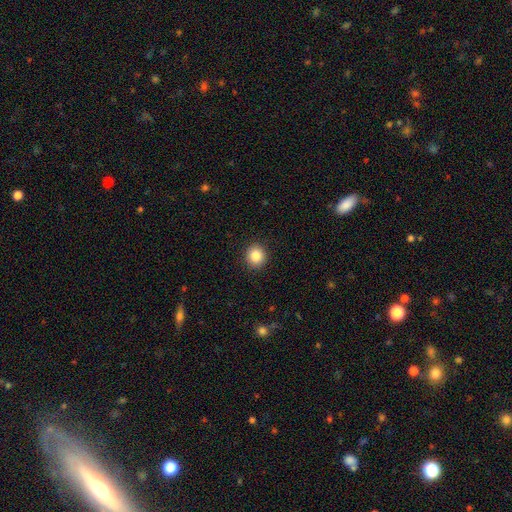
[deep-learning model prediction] Morphology: type=smooth (85%); roundness=round (88%); merging=none (92%).